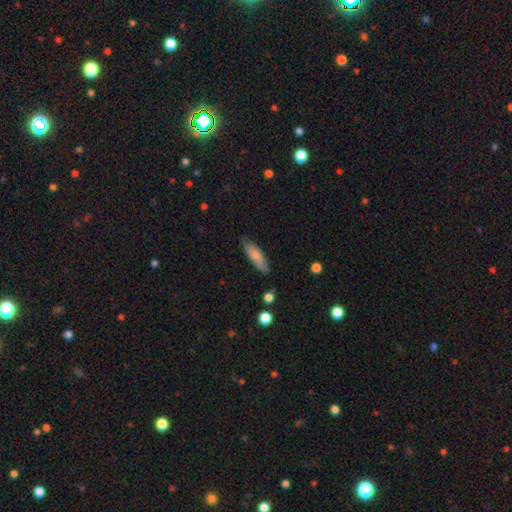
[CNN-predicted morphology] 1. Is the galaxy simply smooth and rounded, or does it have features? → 77% smooth, 17% featured or disk, 6% star or artifact.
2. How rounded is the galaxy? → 53% cigar-shaped, 45% in between, 2% round.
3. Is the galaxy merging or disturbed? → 78% none, 17% minor disturbance, 3% major disturbance, 2% merger.